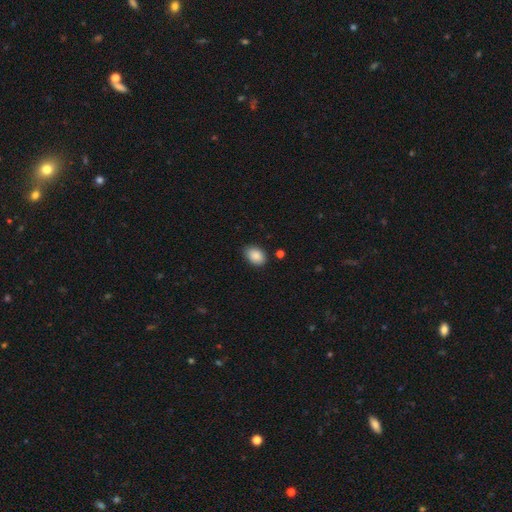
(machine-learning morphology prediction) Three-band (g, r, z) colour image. It shows a smooth galaxy with no disk features (88%) that is in between round and cigar-shaped (84%). Merging: none (82%).